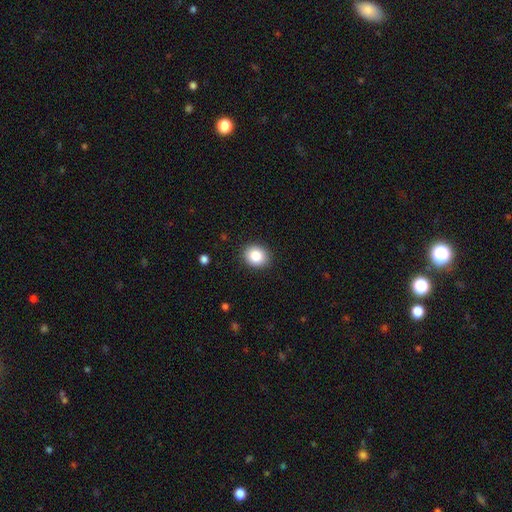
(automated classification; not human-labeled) Morphology: type=smooth (85%); roundness=round (69%); merging=none (90%).